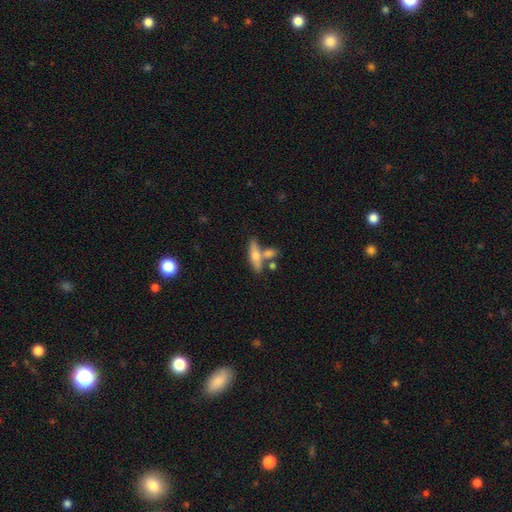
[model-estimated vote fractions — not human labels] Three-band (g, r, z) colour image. It shows a smooth galaxy with no disk features (57%) that is cigar-shaped (61%). Merging: none (57%).